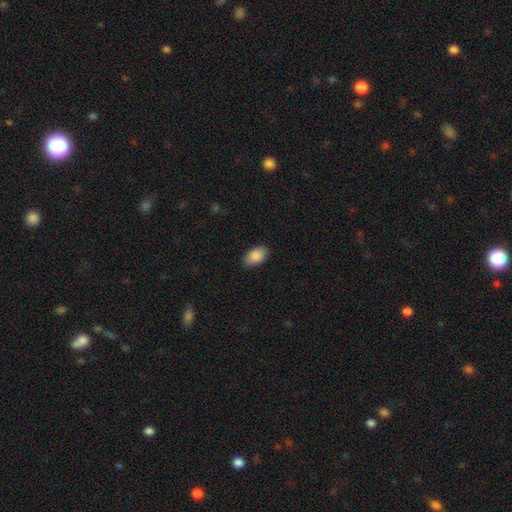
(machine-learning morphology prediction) Smooth or featured: smooth — 89% (star or artifact — 7%)
How rounded: in between — 93% (round — 6%)
Merging: none — 85% (minor disturbance — 12%)